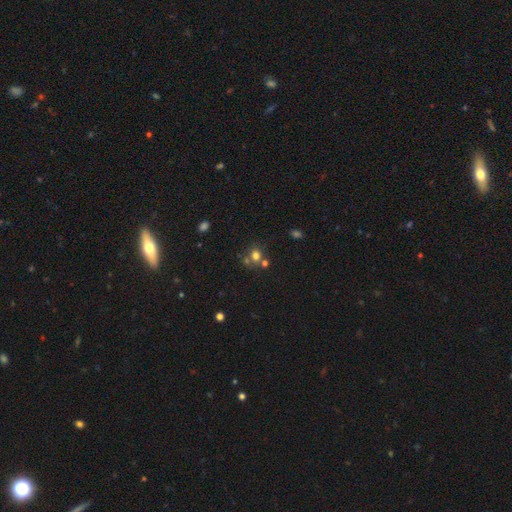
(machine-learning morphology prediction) A smooth galaxy with no disk features (68%) that is round (75%).

Vote fractions:
- Smooth or featured? smooth: 68% / star or artifact: 19% / featured or disk: 12%
- How rounded? round: 75% / in between: 24% / cigar-shaped: 1%
- Merging? none: 52% / merger: 32% / minor disturbance: 11% / major disturbance: 5%